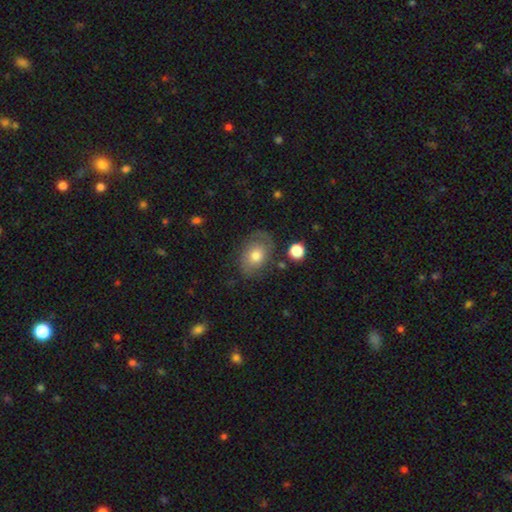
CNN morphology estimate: smooth_or_featured: smooth (p=0.62) [alt: featured or disk p=0.29]
how_rounded: in between (p=0.72) [alt: round p=0.27]
merging: none (p=0.64) [alt: minor disturbance p=0.22]